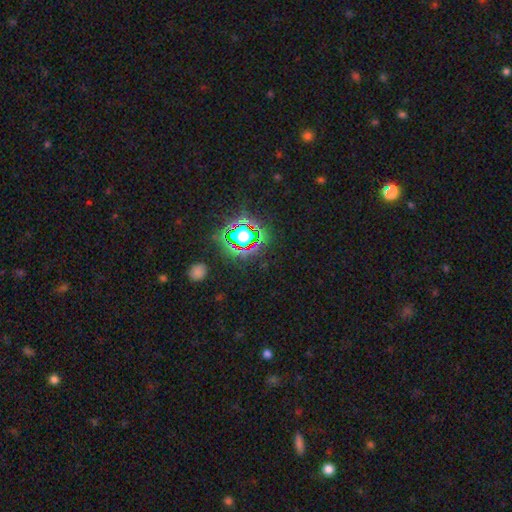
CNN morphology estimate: This appears to be a star or artifact, not a galaxy (77%).